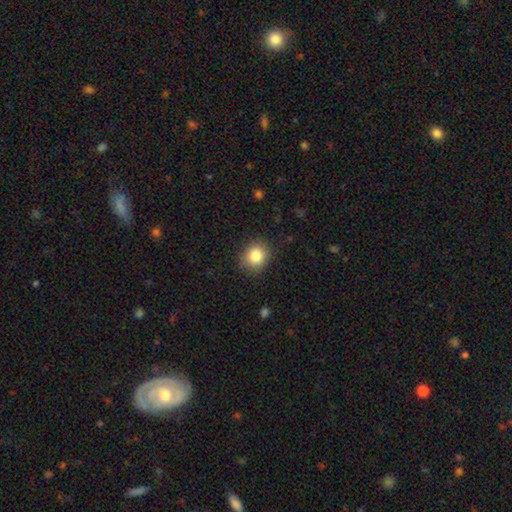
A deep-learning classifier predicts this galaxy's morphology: Smooth or featured: smooth — 84% (star or artifact — 10%)
How rounded: round — 76% (in between — 23%)
Merging: none — 87% (minor disturbance — 9%)